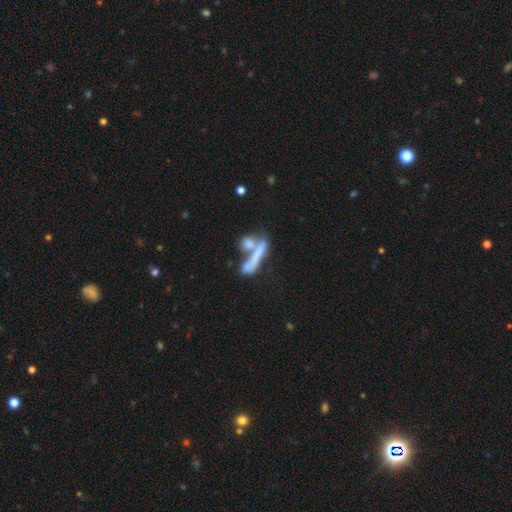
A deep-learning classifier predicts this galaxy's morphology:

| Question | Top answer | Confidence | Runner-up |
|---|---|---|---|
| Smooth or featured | smooth | 56% | featured or disk (33%) |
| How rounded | cigar-shaped | 72% | in between (20%) |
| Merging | merger | 45% | none (34%) |